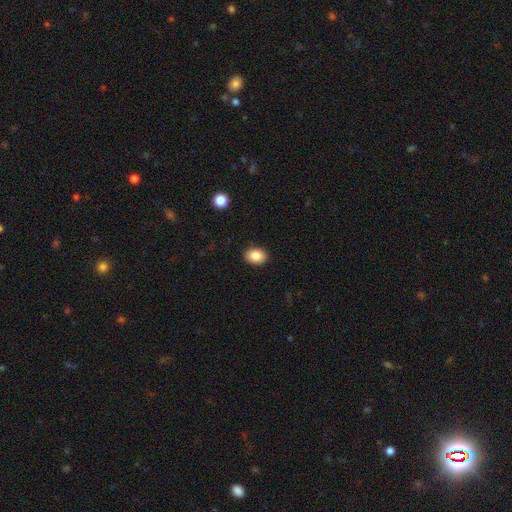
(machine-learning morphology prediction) This is clearly a smooth galaxy (86%). How rounded: likely in between (67%). Merging: clearly none (90%).